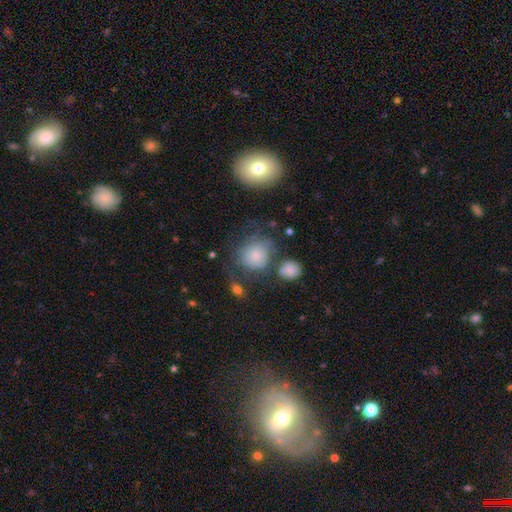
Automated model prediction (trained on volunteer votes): The model was most divided on "merging": none: 47%, minor disturbance: 23%, major disturbance: 17%, merger: 12%. More confident: how rounded — round (77%); smooth or featured — smooth (69%).